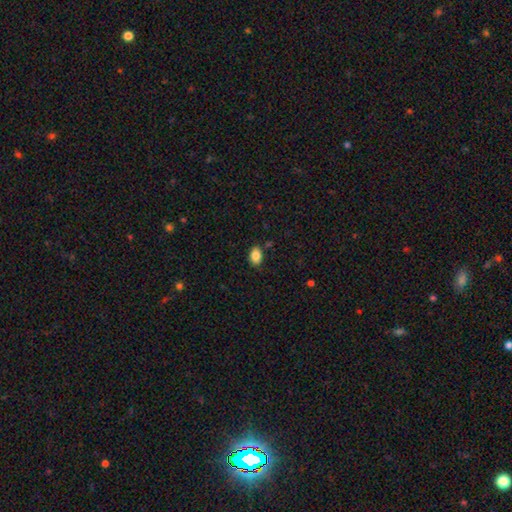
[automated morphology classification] Smooth or featured? Predicted: smooth (p=0.86). How rounded? Predicted: in between (p=0.83). Merging? Predicted: none (p=0.85).